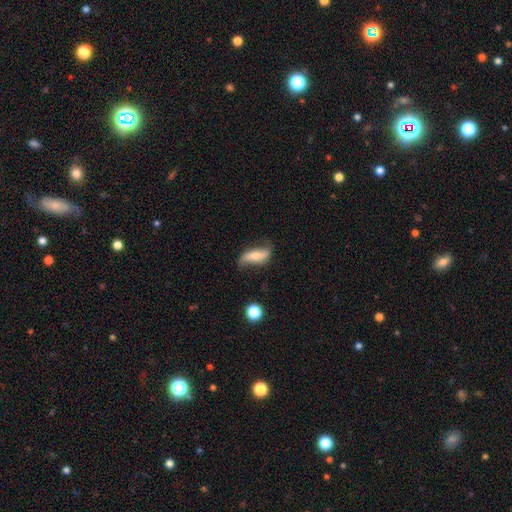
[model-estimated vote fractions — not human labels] A featured or disk galaxy (50%).

Vote fractions:
- Smooth or featured? featured or disk: 50% / smooth: 42% / star or artifact: 8%
- Edge-on disk? no: 80% / yes: 20%
- Merging? none: 60% / minor disturbance: 27% / major disturbance: 10% / merger: 3%